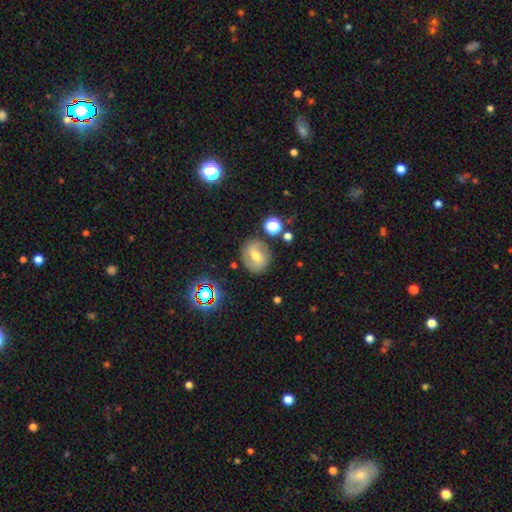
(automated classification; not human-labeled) The model was most divided on "smooth or featured": smooth: 51%, featured or disk: 36%, star or artifact: 12%. More confident: merging — none (81%); how rounded — round (74%).